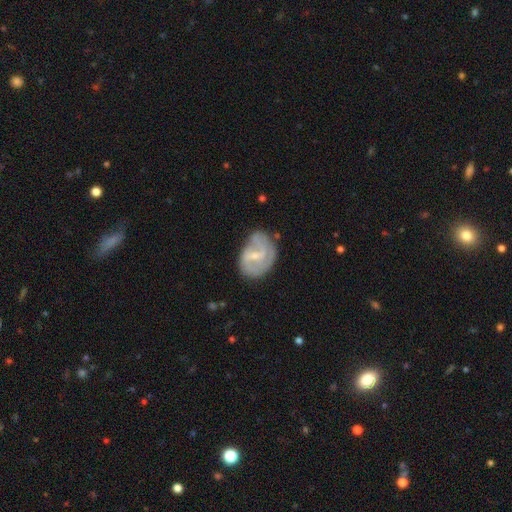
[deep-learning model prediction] smooth_or_featured: featured or disk (p=0.72) [alt: smooth p=0.23]
disk_edge_on: no (p=0.97) [alt: yes p=0.03]
bar: weak (p=0.58) [alt: no p=0.26]
has_spiral_arms: yes (p=0.83) [alt: no p=0.17]
spiral_winding: medium (p=0.43) [alt: tight p=0.31]
spiral_arm_count: 2 (p=0.54) [alt: can't tell p=0.23]
bulge_size: small (p=0.60) [alt: moderate p=0.29]
merging: none (p=0.54) [alt: minor disturbance p=0.29]